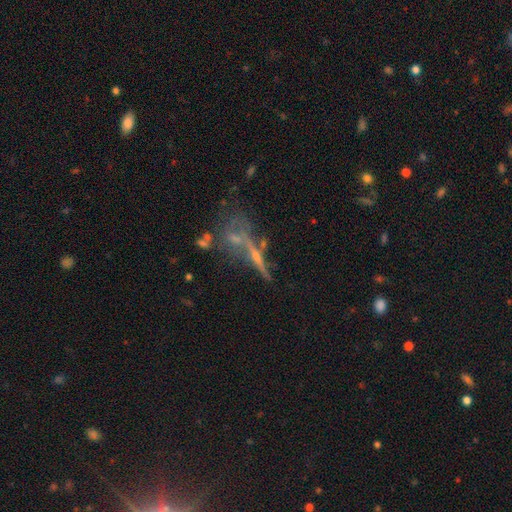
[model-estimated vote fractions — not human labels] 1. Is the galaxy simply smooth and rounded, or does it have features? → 64% featured or disk, 18% smooth, 17% star or artifact.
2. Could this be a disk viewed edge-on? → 65% yes, 35% no.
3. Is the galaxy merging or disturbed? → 39% none, 28% merger, 18% major disturbance, 16% minor disturbance.